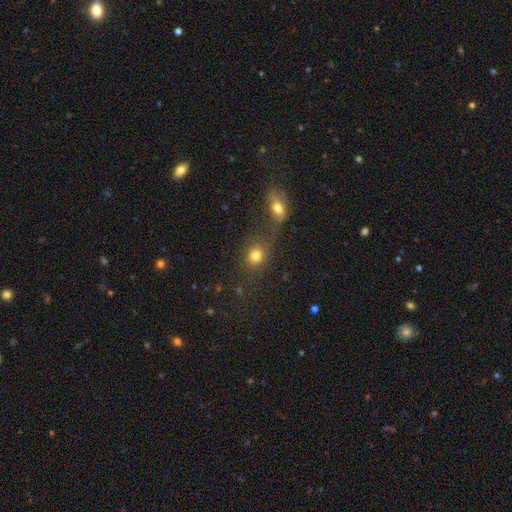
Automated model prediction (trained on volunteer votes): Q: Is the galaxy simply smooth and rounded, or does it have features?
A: smooth — 78%.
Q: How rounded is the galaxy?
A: round — 68%.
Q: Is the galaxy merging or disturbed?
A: none — 47%.